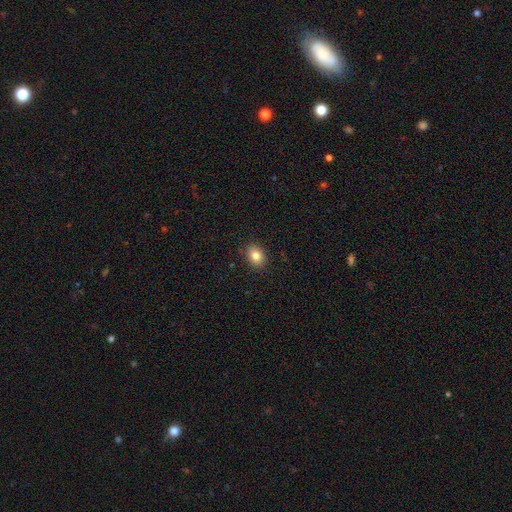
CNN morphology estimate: A smooth galaxy with no disk features (83%) that is in between round and cigar-shaped (59%).

Vote fractions:
- Smooth or featured? smooth: 83% / star or artifact: 10% / featured or disk: 7%
- How rounded? in between: 59% / round: 40% / cigar-shaped: 1%
- Merging? none: 89% / minor disturbance: 8% / major disturbance: 2% / merger: 1%